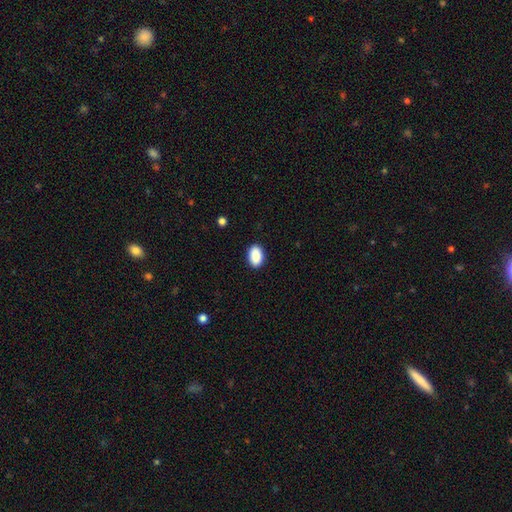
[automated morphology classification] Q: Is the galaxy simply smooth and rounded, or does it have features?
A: smooth — 90%.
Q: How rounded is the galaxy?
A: in between — 91%.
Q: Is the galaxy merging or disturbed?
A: none — 89%.